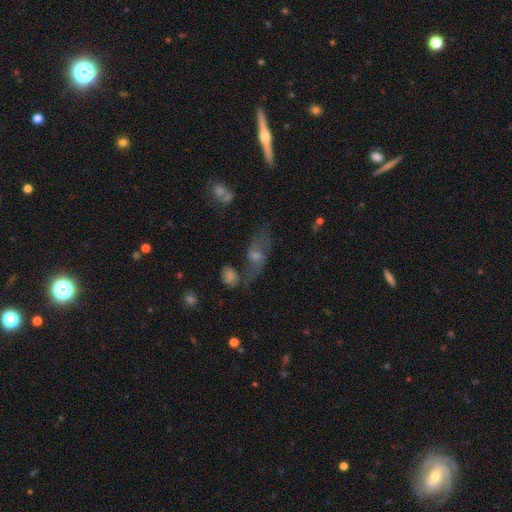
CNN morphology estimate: Smooth or featured: featured or disk — 51% (smooth — 29%)
Edge-on disk: no — 81% (yes — 19%)
Merging: none — 50% (minor disturbance — 18%)